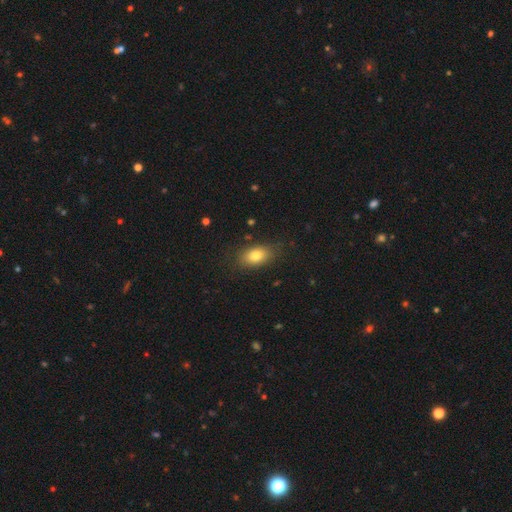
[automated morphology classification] A smooth galaxy with no disk features (80%) that is in between round and cigar-shaped (86%).

Vote fractions:
- Smooth or featured? smooth: 80% / featured or disk: 11% / star or artifact: 9%
- How rounded? in between: 86% / round: 11% / cigar-shaped: 3%
- Merging? none: 82% / minor disturbance: 13% / major disturbance: 4% / merger: 1%